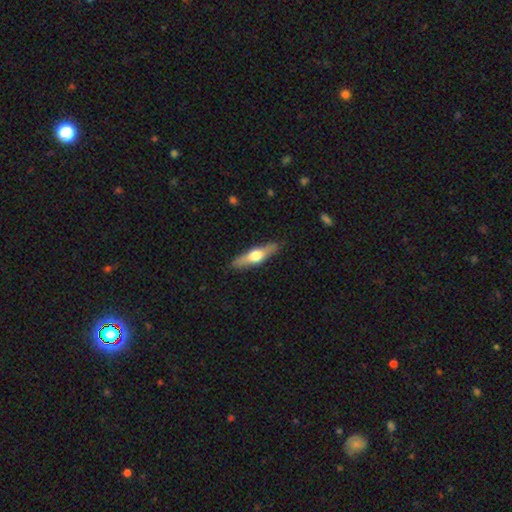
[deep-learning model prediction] The model was most divided on "smooth or featured": featured or disk: 53%, smooth: 42%, star or artifact: 5%. More confident: edge-on disk — yes (91%); merging — none (88%).